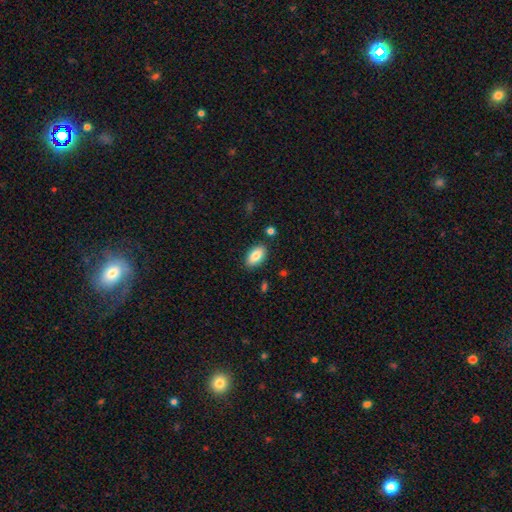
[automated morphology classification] A smooth galaxy with no disk features (84%) that is in between round and cigar-shaped (92%). Merging: none (86%).